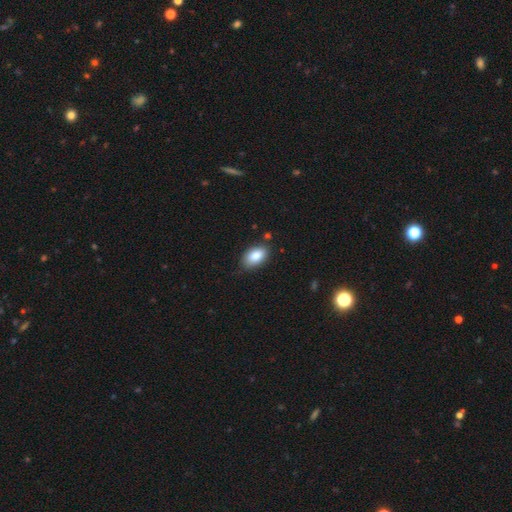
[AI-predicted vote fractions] smooth-or-featured: smooth: 86% | star or artifact: 7% | featured or disk: 7%
  how-rounded: in between: 92% | round: 6% | cigar-shaped: 2%
  merging: none: 80% | minor disturbance: 15% | major disturbance: 3% | merger: 2%